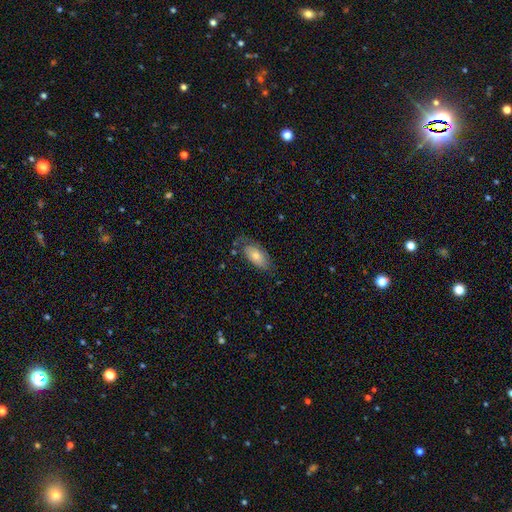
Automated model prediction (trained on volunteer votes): Smooth or featured: smooth — 66% (featured or disk — 27%)
How rounded: in between — 90% (cigar-shaped — 7%)
Merging: none — 66% (minor disturbance — 25%)